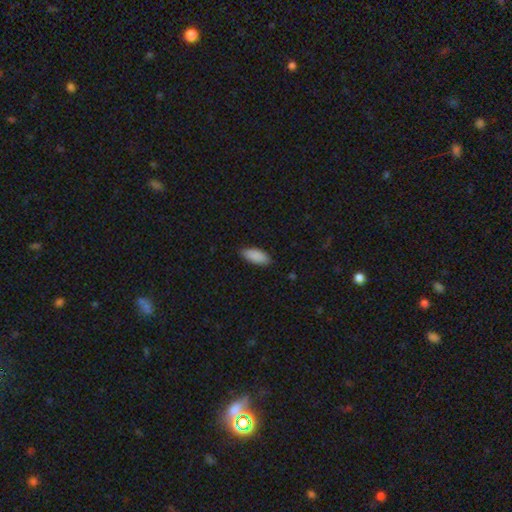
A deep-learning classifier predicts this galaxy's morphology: smooth 90%, star or artifact 6%, featured or disk 4%. Down the decision tree: how rounded — in between (87%); merging — none (86%).